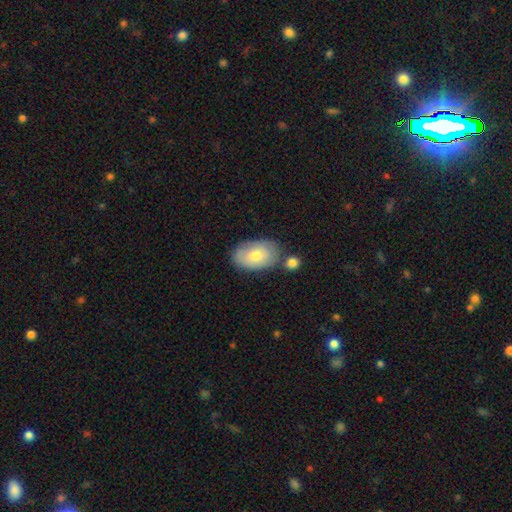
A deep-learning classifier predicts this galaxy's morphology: smooth 68%, featured or disk 26%, star or artifact 6%. Down the decision tree: how rounded — in between (90%); merging — none (64%).